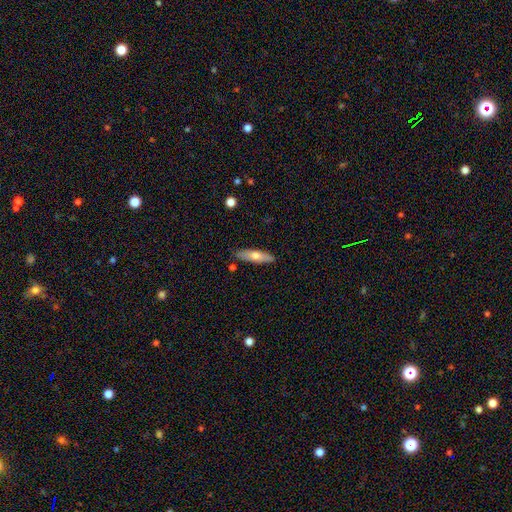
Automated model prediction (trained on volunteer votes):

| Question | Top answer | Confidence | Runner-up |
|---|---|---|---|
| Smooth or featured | smooth | 60% | featured or disk (34%) |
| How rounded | cigar-shaped | 62% | in between (36%) |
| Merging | none | 86% | minor disturbance (10%) |